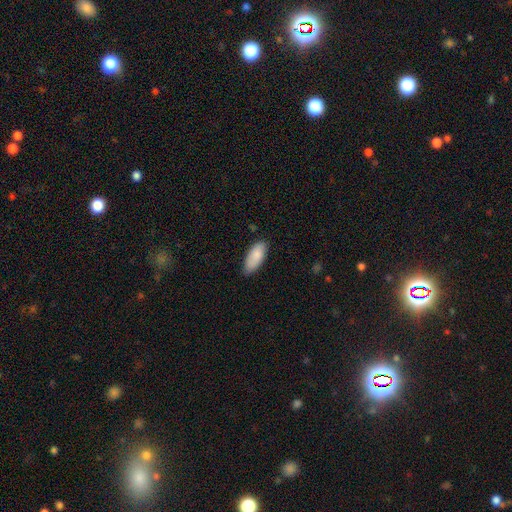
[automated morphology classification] The model was most divided on "merging": none: 74%, minor disturbance: 22%, major disturbance: 3%, merger: 1%. More confident: smooth or featured — smooth (87%); how rounded — in between (86%).